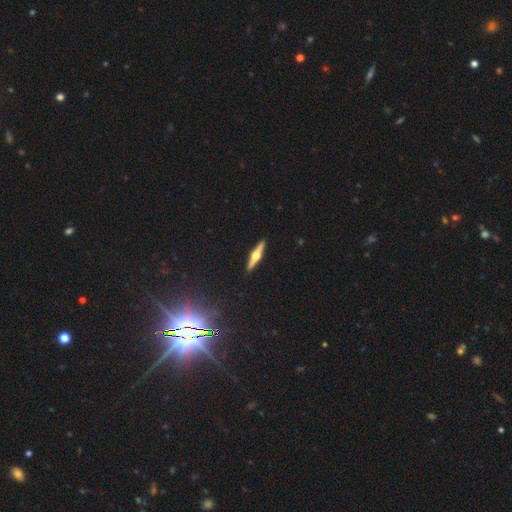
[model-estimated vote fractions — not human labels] Smooth or featured? Predicted: featured or disk (p=0.73). Edge-on disk? Predicted: yes (p=0.98). Edge-on bulge? Predicted: rounded (p=0.95). Merging? Predicted: none (p=0.92).